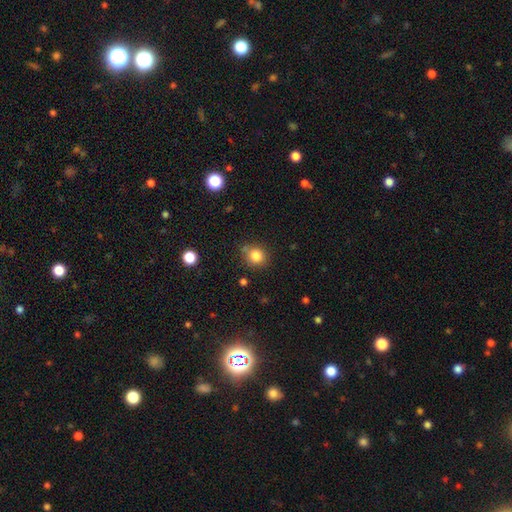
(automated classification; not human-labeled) A smooth galaxy with no disk features (82%) that is round (84%). Merging: none (75%).